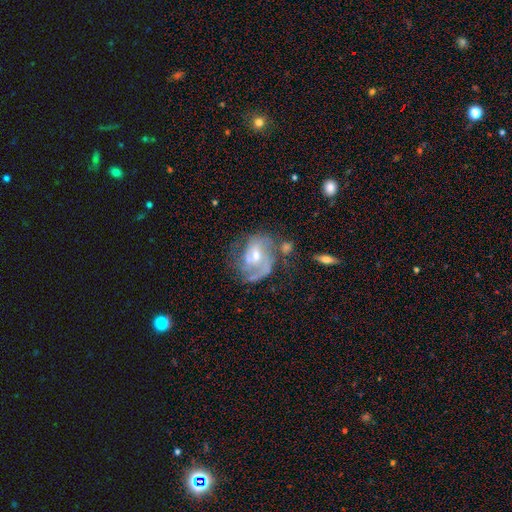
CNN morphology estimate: featured or disk 82%, smooth 11%, star or artifact 7%. Down the decision tree: edge-on disk — no (97%); bar — weak (44%); spiral arms — yes (91%); spiral arm count — 2 (48%); spiral winding — medium (44%); bulge size — moderate (60%); merging — none (47%).